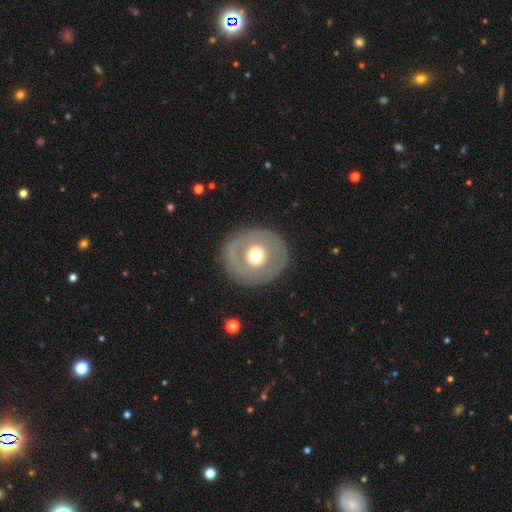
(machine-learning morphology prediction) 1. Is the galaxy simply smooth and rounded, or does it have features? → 48% featured or disk, 46% smooth, 6% star or artifact.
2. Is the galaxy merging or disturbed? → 85% none, 9% minor disturbance, 5% major disturbance, 1% merger.